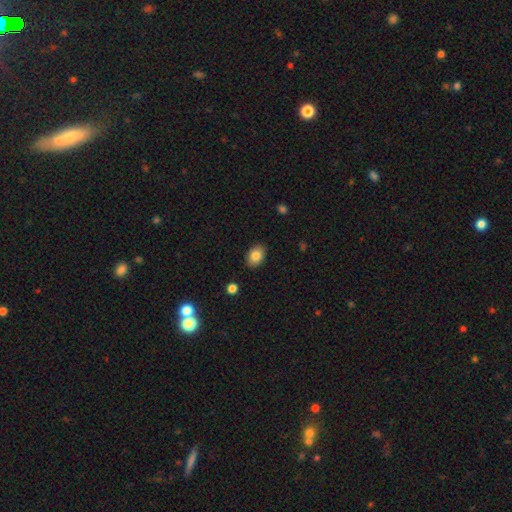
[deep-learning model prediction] This appears to be a smooth galaxy with no disk features (83%) that is in between round and cigar-shaped (80%). Merging: none (88%).